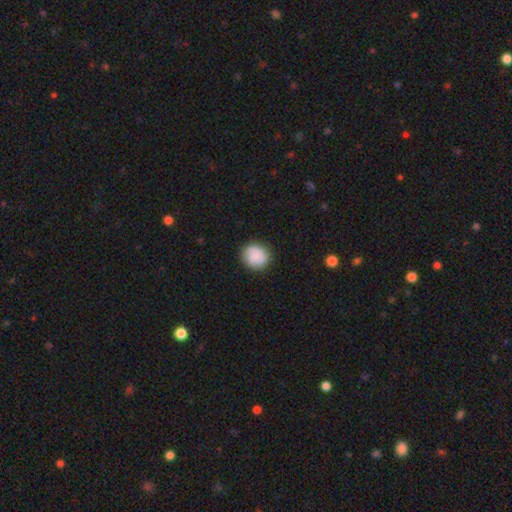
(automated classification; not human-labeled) Morphology: type=smooth (84%); roundness=round (86%); merging=none (85%).